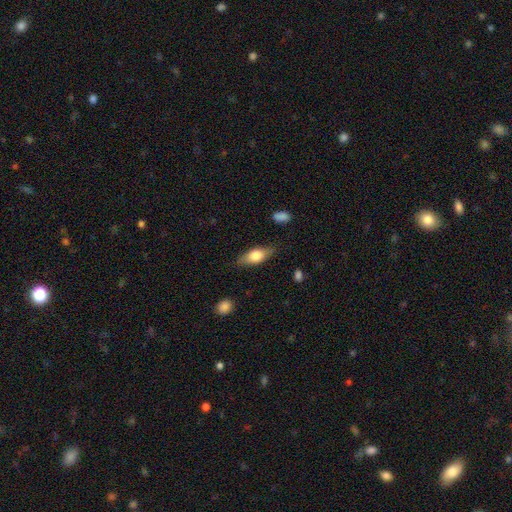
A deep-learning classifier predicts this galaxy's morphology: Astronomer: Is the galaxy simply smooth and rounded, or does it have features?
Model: smooth — 67%.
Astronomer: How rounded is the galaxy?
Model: in between — 78%.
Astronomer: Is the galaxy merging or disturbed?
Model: none — 80%.